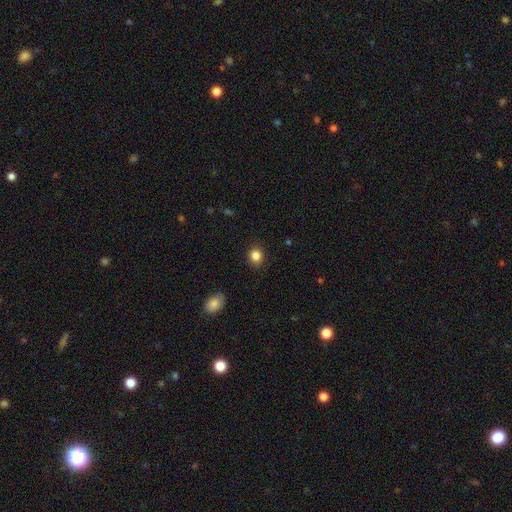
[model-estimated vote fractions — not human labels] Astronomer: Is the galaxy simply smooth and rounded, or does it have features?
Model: smooth — 85%.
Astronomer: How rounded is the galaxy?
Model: round — 74%.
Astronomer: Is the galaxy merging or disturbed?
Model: none — 89%.